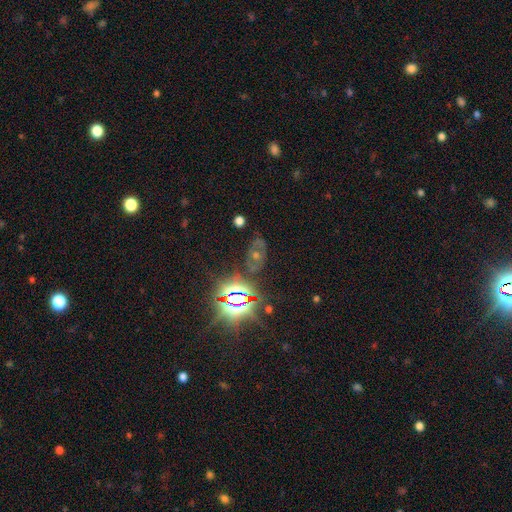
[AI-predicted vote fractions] Q: Smooth or featured?
A: star or artifact (50%); runner-up: featured or disk (30%)